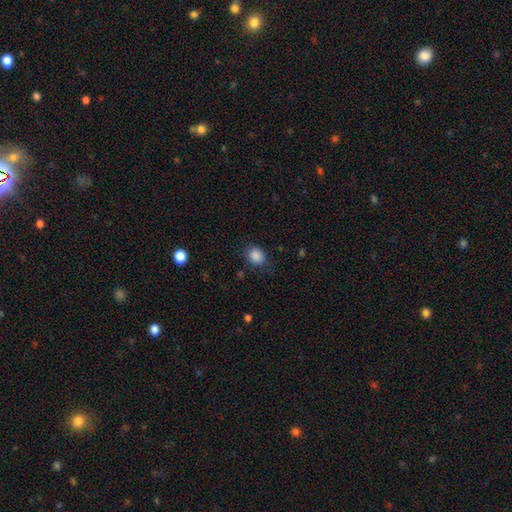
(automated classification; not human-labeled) Morphology: type=smooth (87%); roundness=round (61%); merging=none (80%).